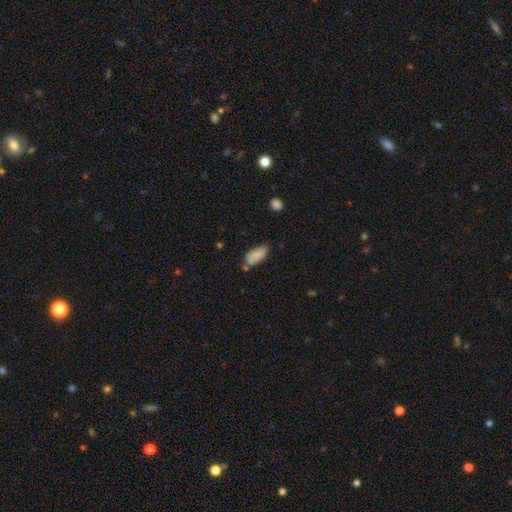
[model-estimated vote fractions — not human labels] Smooth or featured? smooth (82%)
How rounded? in between (89%)
Merging? none (57%)